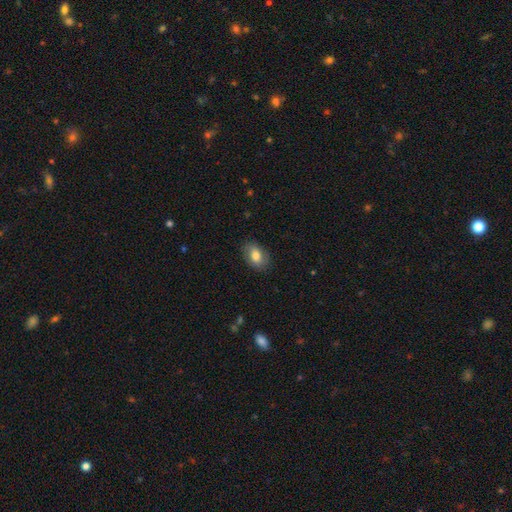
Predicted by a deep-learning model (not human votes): Smooth or featured? smooth (71%)
How rounded? in between (84%)
Merging? none (80%)